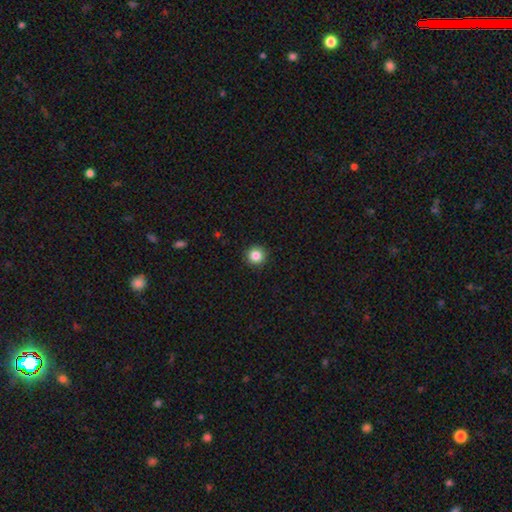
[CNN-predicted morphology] Overall: smooth (84%). How rounded: round (96%). Merging: none (93%).